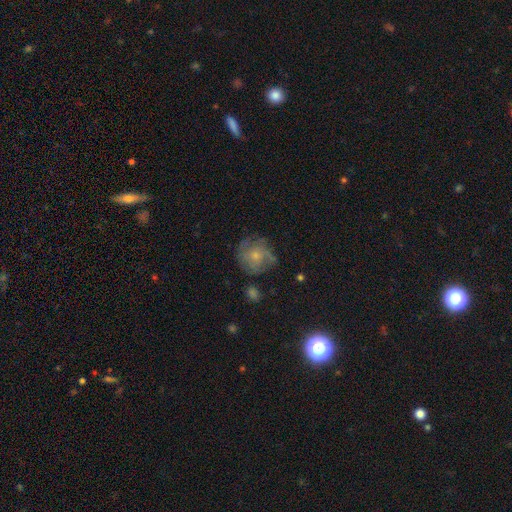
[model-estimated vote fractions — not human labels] Smooth or featured? Predicted: smooth (p=0.50). How rounded? Predicted: round (p=0.84). Merging? Predicted: none (p=0.57).